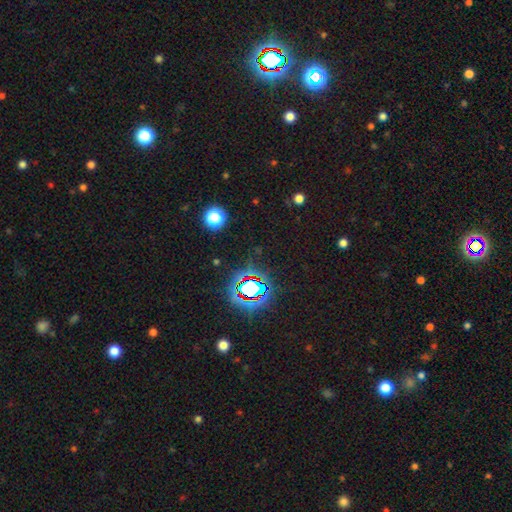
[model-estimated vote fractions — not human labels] This is likely a star or artifact rather than a galaxy (79%).